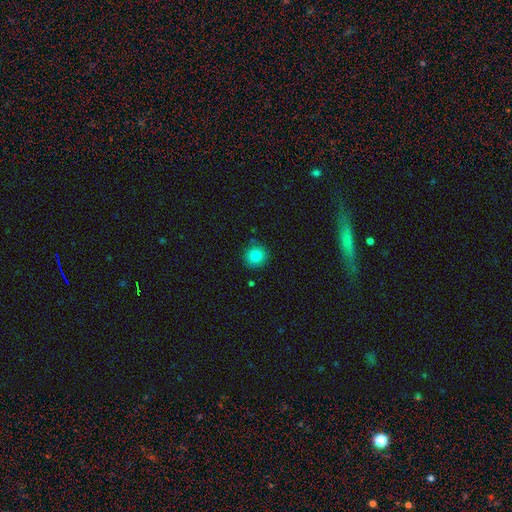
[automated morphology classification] smooth 81%, star or artifact 11%, featured or disk 7%. Down the decision tree: how rounded — round (93%); merging — none (89%).